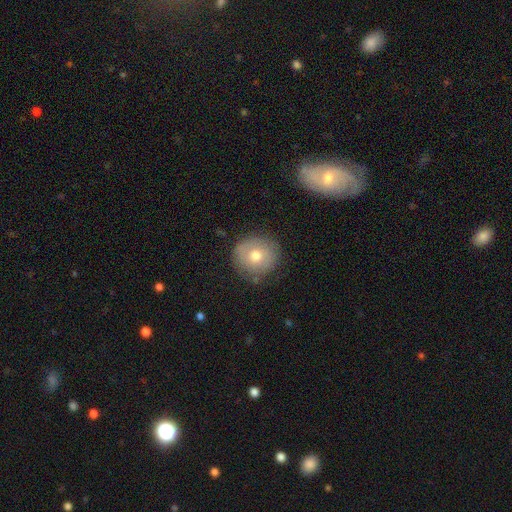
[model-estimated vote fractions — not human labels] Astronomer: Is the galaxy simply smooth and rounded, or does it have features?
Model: smooth — 66%.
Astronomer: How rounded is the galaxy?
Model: round — 90%.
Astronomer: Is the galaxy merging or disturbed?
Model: none — 81%.